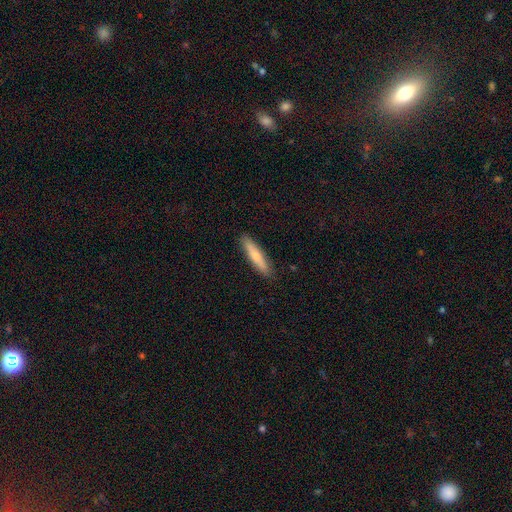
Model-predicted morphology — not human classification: smooth-or-featured: smooth: 63% | featured or disk: 31% | star or artifact: 6%
  how-rounded: cigar-shaped: 86% | in between: 13% | round: 2%
  merging: none: 89% | minor disturbance: 8% | major disturbance: 2% | merger: 1%